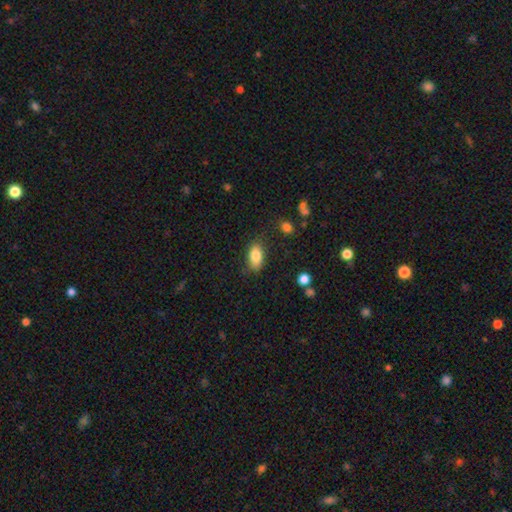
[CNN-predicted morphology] Smooth or featured?
  - smooth: 84% *
  - featured or disk: 9%
  - star or artifact: 7%
How rounded?
  - in between: 90% *
  - round: 5%
  - cigar-shaped: 5%
Merging?
  - none: 79% *
  - minor disturbance: 16%
  - major disturbance: 4%
  - merger: 2%